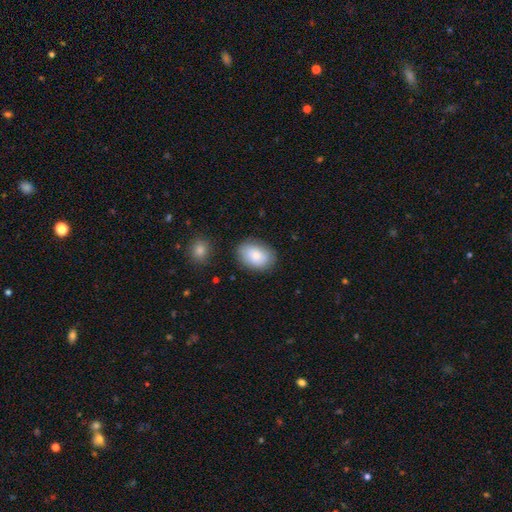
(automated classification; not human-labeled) smooth_or_featured: smooth (p=0.82) [alt: featured or disk p=0.11]
how_rounded: in between (p=0.82) [alt: round p=0.17]
merging: none (p=0.81) [alt: minor disturbance p=0.13]